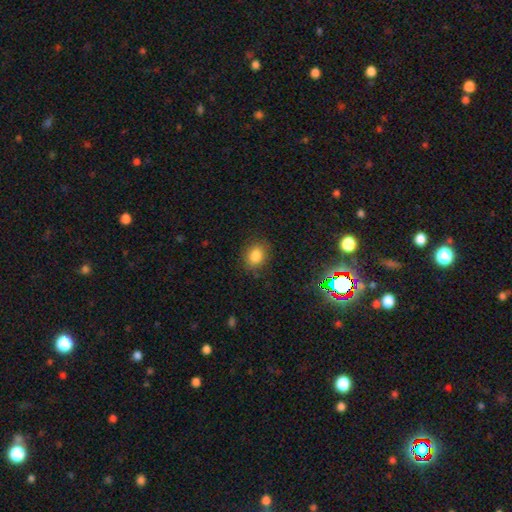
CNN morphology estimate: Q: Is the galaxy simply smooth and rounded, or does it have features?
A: smooth — 83%.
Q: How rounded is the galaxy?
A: round — 52%.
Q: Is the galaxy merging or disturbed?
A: none — 84%.